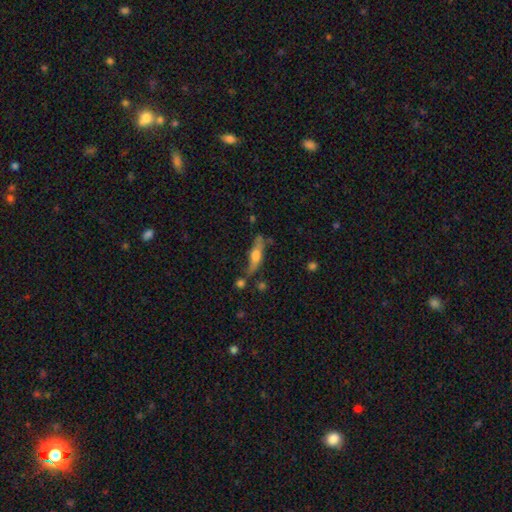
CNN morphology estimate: A featured or disk galaxy (48%). Merging: none (65%).